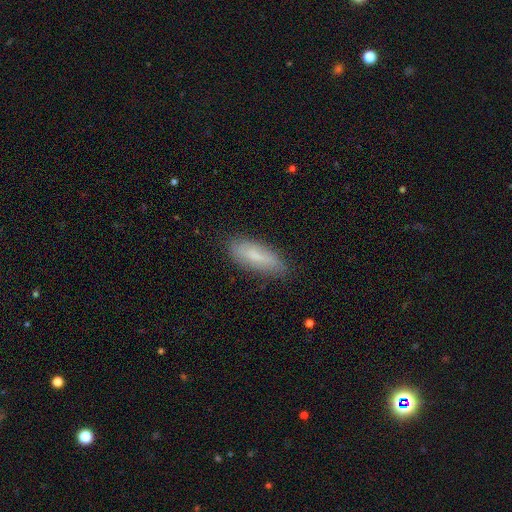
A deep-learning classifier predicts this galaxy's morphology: Smooth or featured: smooth — 74% (featured or disk — 19%)
How rounded: in between — 60% (cigar-shaped — 38%)
Merging: none — 79% (minor disturbance — 17%)